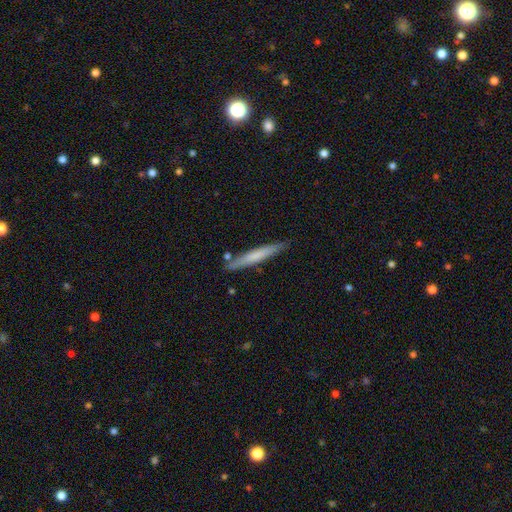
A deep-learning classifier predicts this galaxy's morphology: The model was most divided on "smooth or featured": smooth: 62%, featured or disk: 33%, star or artifact: 5%. More confident: how rounded — cigar-shaped (96%); merging — none (84%).